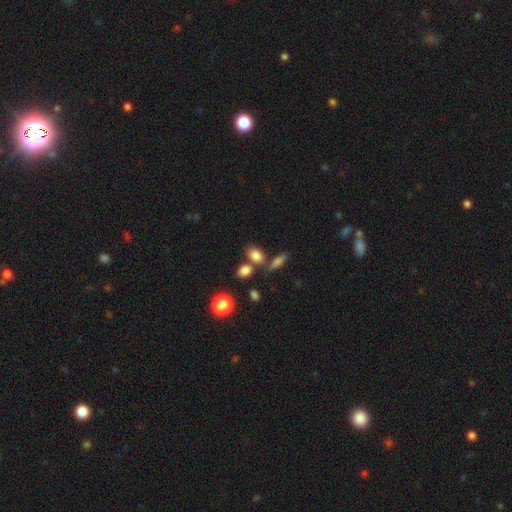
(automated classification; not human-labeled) A smooth galaxy with no disk features (82%) that is in between round and cigar-shaped (73%).

Vote fractions:
- Smooth or featured? smooth: 82% / star or artifact: 11% / featured or disk: 8%
- How rounded? in between: 73% / round: 24% / cigar-shaped: 3%
- Merging? none: 58% / merger: 25% / minor disturbance: 12% / major disturbance: 4%